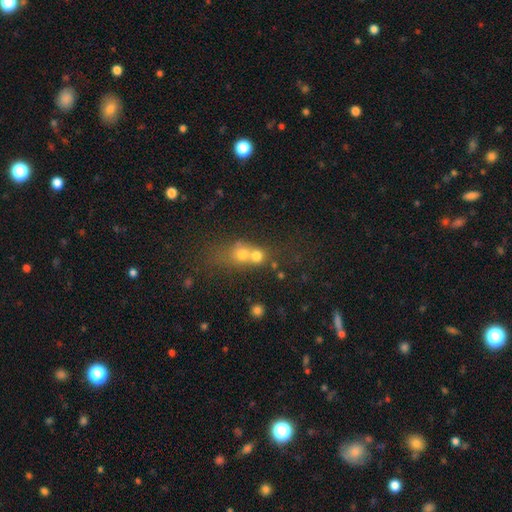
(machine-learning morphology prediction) Smooth or featured?
  - smooth: 65% *
  - featured or disk: 19%
  - star or artifact: 16%
How rounded?
  - round: 72% *
  - in between: 25%
  - cigar-shaped: 3%
Merging?
  - merger: 66% *
  - none: 24%
  - minor disturbance: 6%
  - major disturbance: 5%